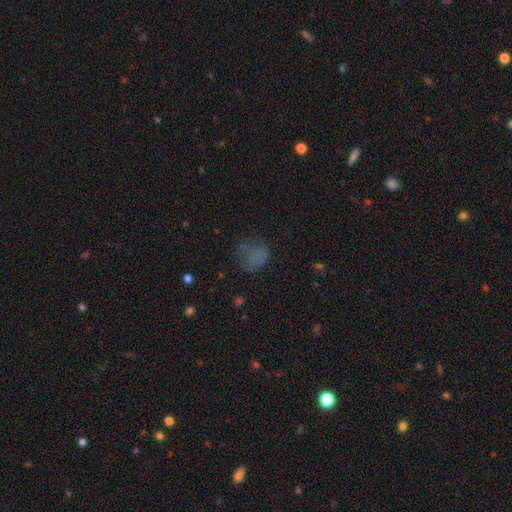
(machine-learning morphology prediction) Smooth or featured: smooth — 60% (star or artifact — 21%)
How rounded: round — 54% (in between — 45%)
Merging: none — 44% (major disturbance — 29%)